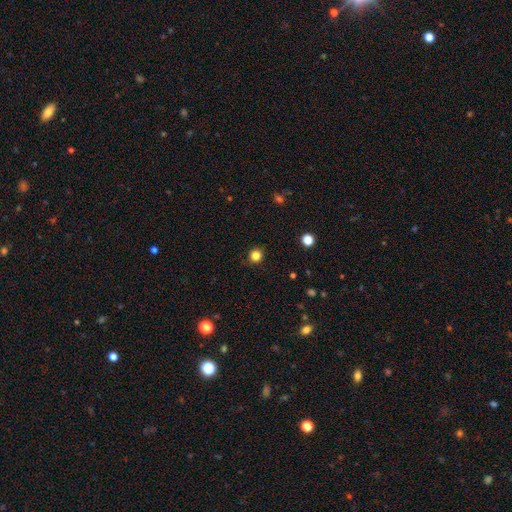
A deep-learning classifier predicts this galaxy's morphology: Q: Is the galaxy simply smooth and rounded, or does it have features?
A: smooth — 82%.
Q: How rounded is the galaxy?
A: round — 93%.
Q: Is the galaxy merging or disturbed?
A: none — 91%.